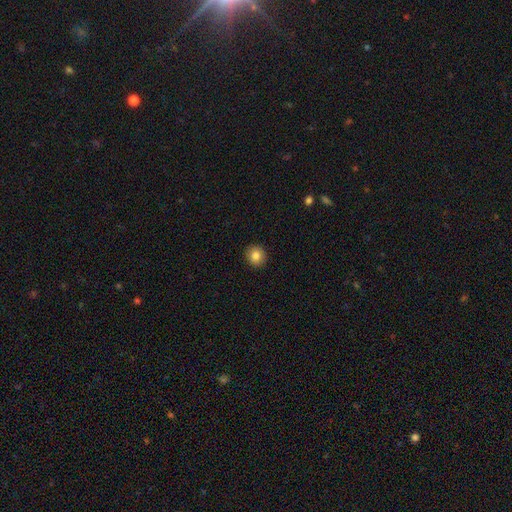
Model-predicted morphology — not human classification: Smooth or featured? Predicted: smooth (p=0.84). How rounded? Predicted: round (p=0.89). Merging? Predicted: none (p=0.92).